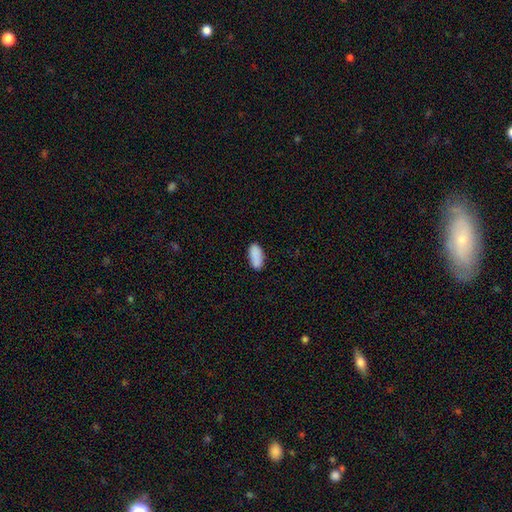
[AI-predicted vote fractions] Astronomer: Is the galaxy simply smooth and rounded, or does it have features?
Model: smooth — 89%.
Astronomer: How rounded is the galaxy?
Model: in between — 88%.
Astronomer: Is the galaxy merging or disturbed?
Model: none — 83%.